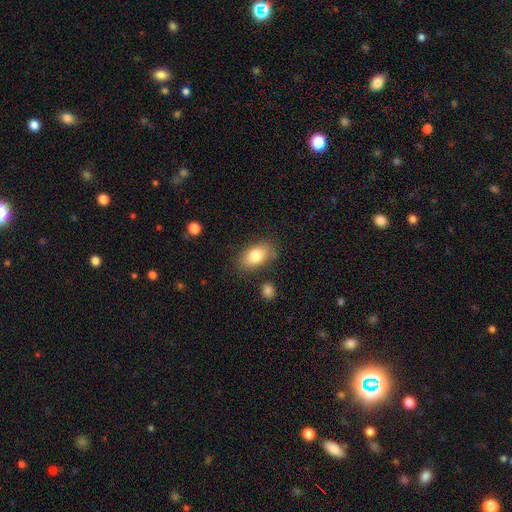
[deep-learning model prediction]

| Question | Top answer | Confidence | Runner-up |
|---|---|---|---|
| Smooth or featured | smooth | 81% | featured or disk (12%) |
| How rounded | in between | 91% | round (7%) |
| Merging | none | 80% | minor disturbance (13%) |